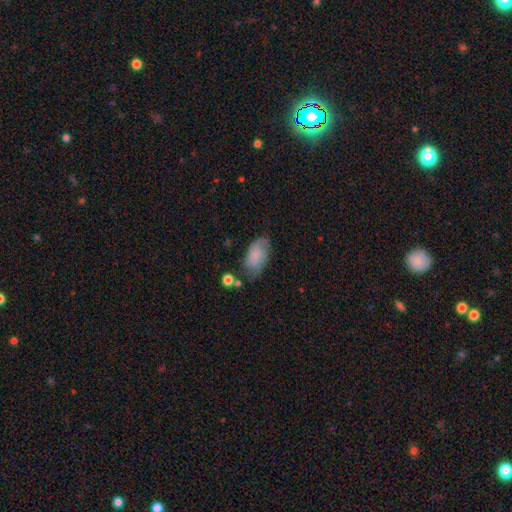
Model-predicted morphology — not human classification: smooth-or-featured: smooth: 61% | featured or disk: 30% | star or artifact: 8%
  how-rounded: in between: 92% | round: 5% | cigar-shaped: 3%
  merging: none: 55% | minor disturbance: 29% | major disturbance: 11% | merger: 4%